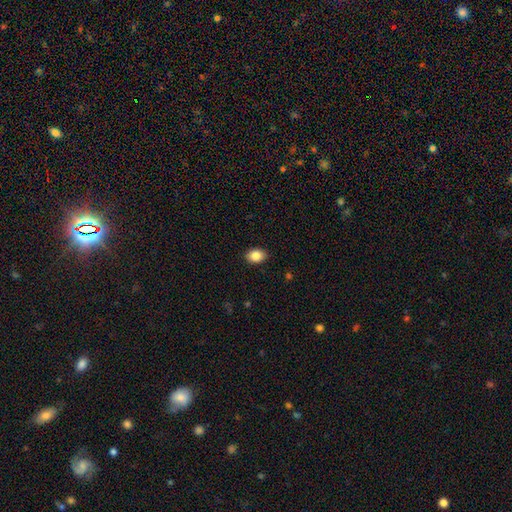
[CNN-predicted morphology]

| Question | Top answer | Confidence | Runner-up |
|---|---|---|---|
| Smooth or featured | smooth | 86% | star or artifact (8%) |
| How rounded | in between | 75% | round (24%) |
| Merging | none | 89% | minor disturbance (8%) |